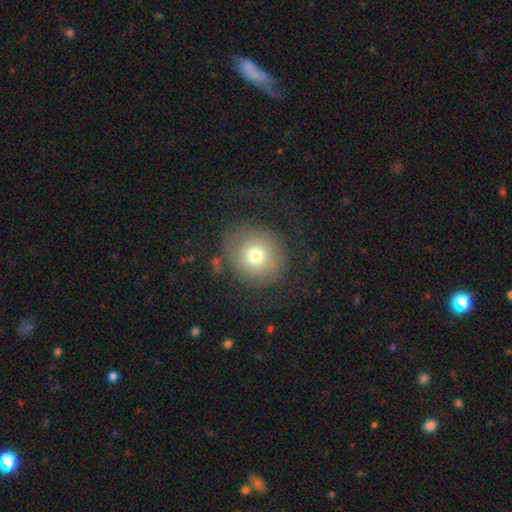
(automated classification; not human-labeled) This is likely a smooth galaxy (71%). How rounded: clearly round (87%). Merging: likely none (74%).